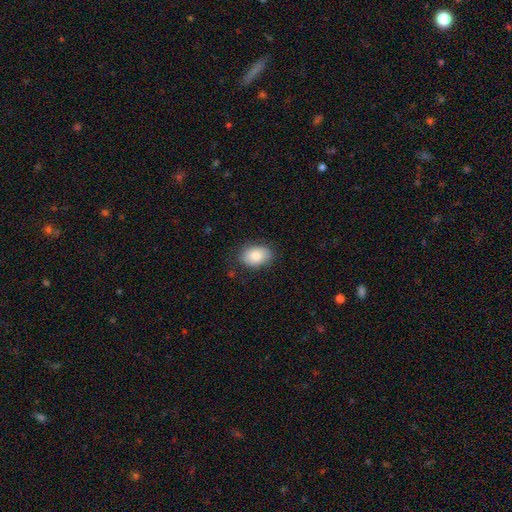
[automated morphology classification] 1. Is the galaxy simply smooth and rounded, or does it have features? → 85% smooth, 8% featured or disk, 7% star or artifact.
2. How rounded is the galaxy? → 82% in between, 17% round, 1% cigar-shaped.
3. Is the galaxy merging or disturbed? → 80% none, 15% minor disturbance, 4% major disturbance, 1% merger.